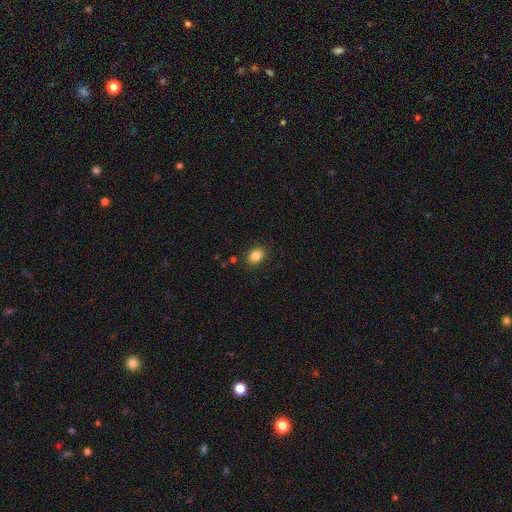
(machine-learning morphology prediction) Smooth or featured? Predicted: smooth (p=0.84). How rounded? Predicted: in between (p=0.71). Merging? Predicted: none (p=0.86).